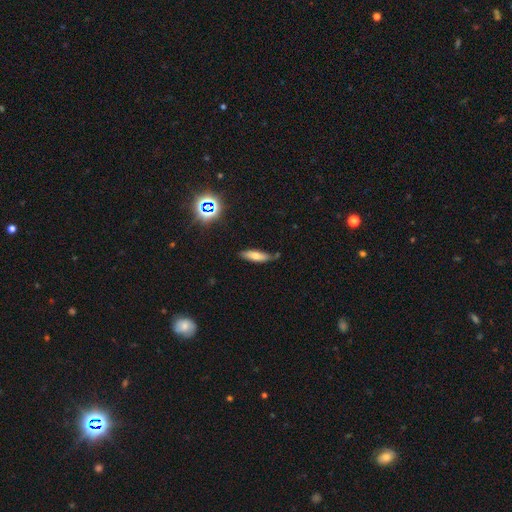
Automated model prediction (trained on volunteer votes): smooth_or_featured: smooth (p=0.62) [alt: featured or disk p=0.27]
how_rounded: cigar-shaped (p=0.59) [alt: in between p=0.38]
merging: none (p=0.71) [alt: minor disturbance p=0.21]